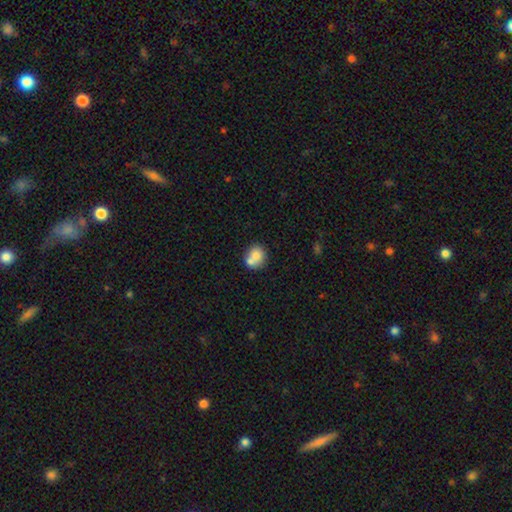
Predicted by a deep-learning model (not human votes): Overall: smooth (74%). How rounded: round (77%). Merging: none (45%; merger 42%).